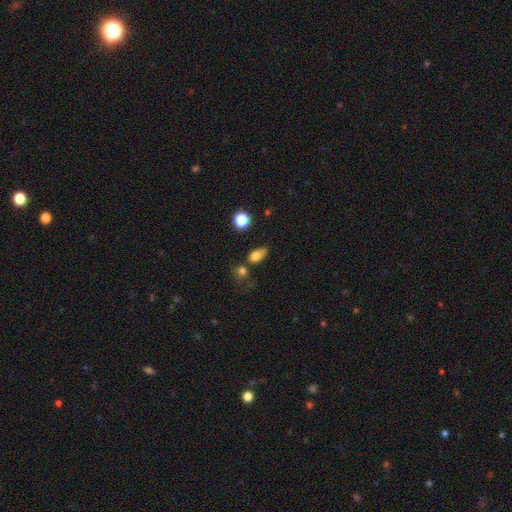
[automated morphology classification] Q: Smooth or featured?
A: smooth (75%); runner-up: star or artifact (12%)
Q: How rounded?
A: in between (74%); runner-up: round (22%)
Q: Merging?
A: none (46%); runner-up: minor disturbance (25%)